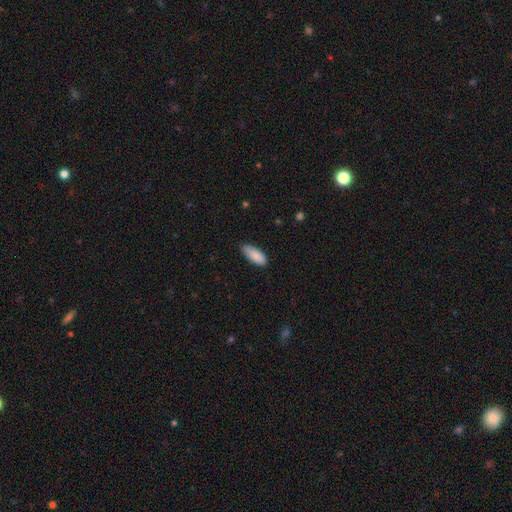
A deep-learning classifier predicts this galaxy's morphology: smooth_or_featured: smooth (p=0.89) [alt: star or artifact p=0.06]
how_rounded: in between (p=0.80) [alt: cigar-shaped p=0.18]
merging: none (p=0.78) [alt: minor disturbance p=0.19]